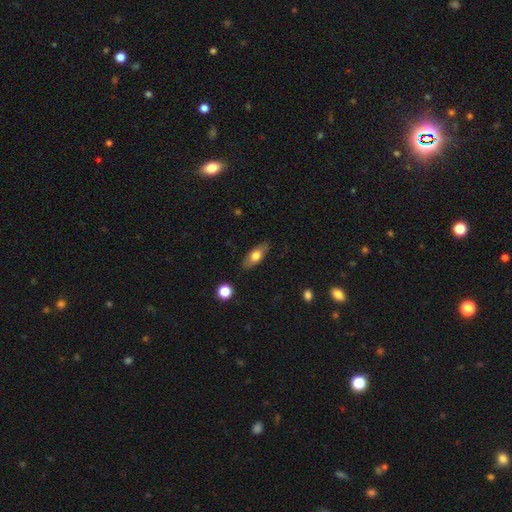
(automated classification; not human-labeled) Smooth or featured? smooth (66%)
How rounded? in between (77%)
Merging? none (84%)